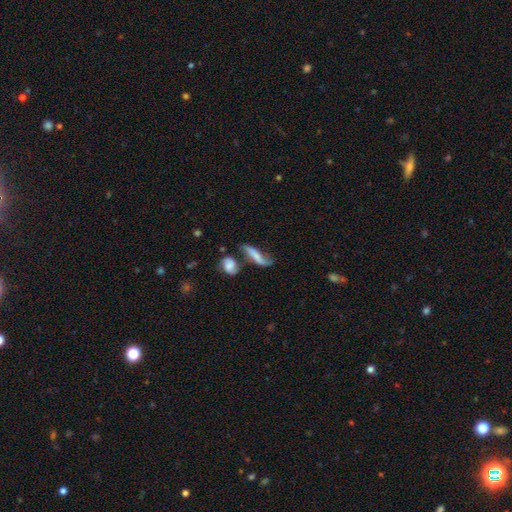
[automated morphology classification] smooth 49%, featured or disk 41%, star or artifact 9%. Down the decision tree: merging — none (43%).